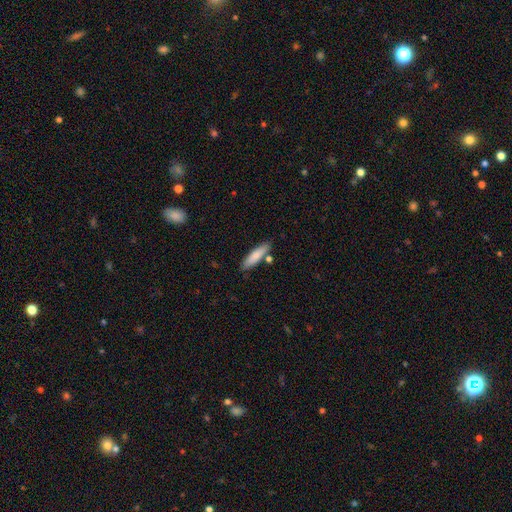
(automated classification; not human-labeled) A smooth galaxy with no disk features (80%) that is cigar-shaped (74%).

Vote fractions:
- Smooth or featured? smooth: 80% / featured or disk: 14% / star or artifact: 6%
- How rounded? cigar-shaped: 74% / in between: 24% / round: 2%
- Merging? none: 79% / minor disturbance: 12% / merger: 7% / major disturbance: 2%